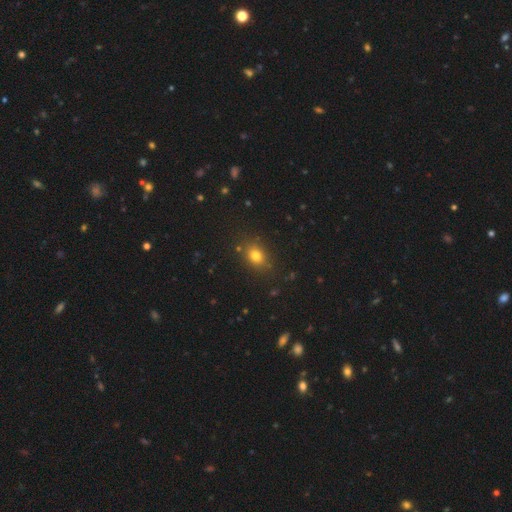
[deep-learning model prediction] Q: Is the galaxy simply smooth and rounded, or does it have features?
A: smooth — 78%.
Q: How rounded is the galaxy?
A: in between — 60%.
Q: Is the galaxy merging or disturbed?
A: none — 83%.